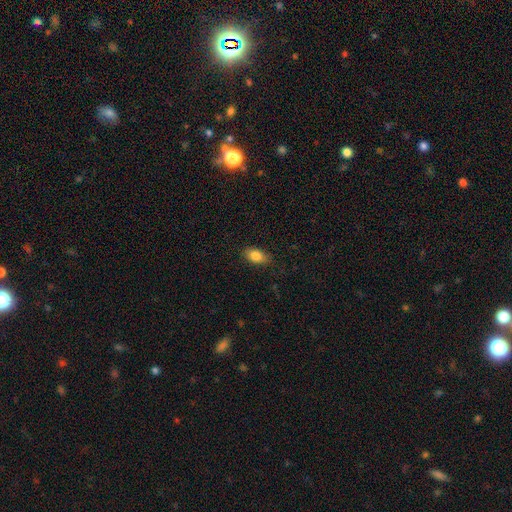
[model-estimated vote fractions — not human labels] Overall: smooth (84%). How rounded: in between (88%). Merging: none (84%).